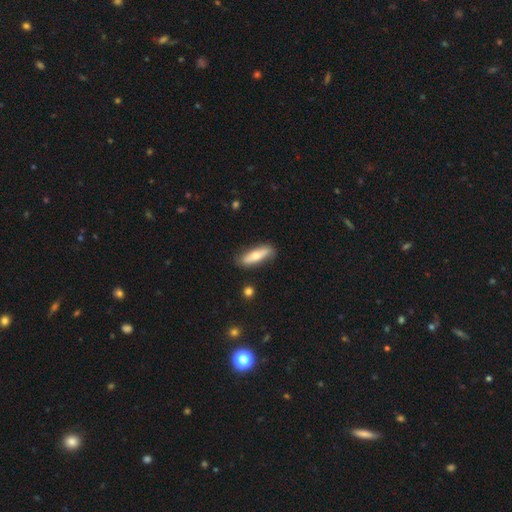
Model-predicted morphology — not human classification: Smooth or featured?
  - smooth: 60% *
  - featured or disk: 35%
  - star or artifact: 6%
How rounded?
  - cigar-shaped: 59% *
  - in between: 38%
  - round: 2%
Merging?
  - none: 81% *
  - minor disturbance: 15%
  - major disturbance: 3%
  - merger: 2%